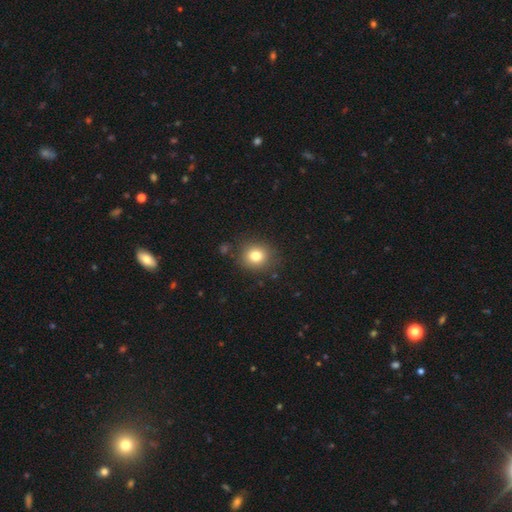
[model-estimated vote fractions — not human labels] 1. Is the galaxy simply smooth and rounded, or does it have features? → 80% smooth, 12% star or artifact, 8% featured or disk.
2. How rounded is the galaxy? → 83% round, 16% in between, 1% cigar-shaped.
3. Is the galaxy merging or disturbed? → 85% none, 9% minor disturbance, 3% major disturbance, 2% merger.